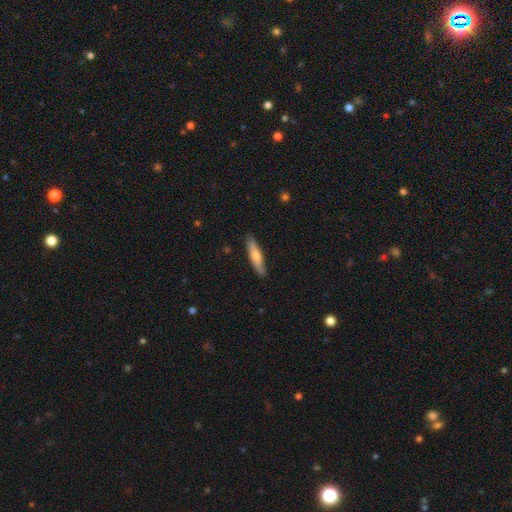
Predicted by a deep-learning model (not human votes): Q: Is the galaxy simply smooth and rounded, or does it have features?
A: smooth — 68%.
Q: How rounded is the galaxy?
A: cigar-shaped — 82%.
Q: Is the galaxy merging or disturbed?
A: none — 84%.